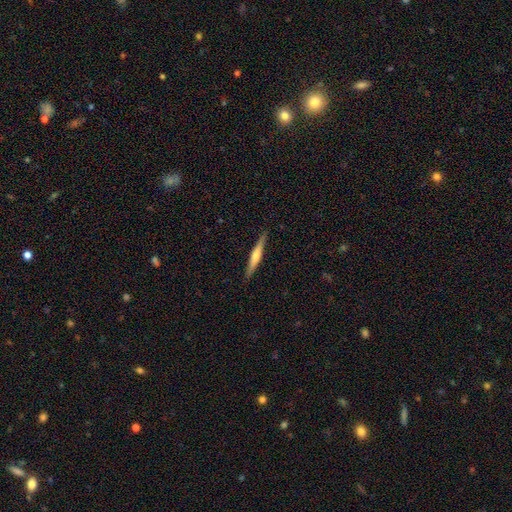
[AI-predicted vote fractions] featured or disk 62%, smooth 33%, star or artifact 5%. Down the decision tree: edge-on disk — yes (98%); edge-on bulge — rounded (77%); merging — none (91%).